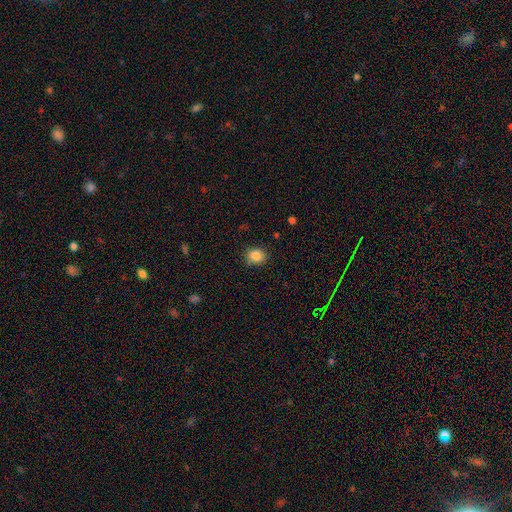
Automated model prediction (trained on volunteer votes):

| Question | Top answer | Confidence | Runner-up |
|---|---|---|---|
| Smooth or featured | smooth | 86% | star or artifact (10%) |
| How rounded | round | 65% | in between (34%) |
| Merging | none | 83% | minor disturbance (13%) |